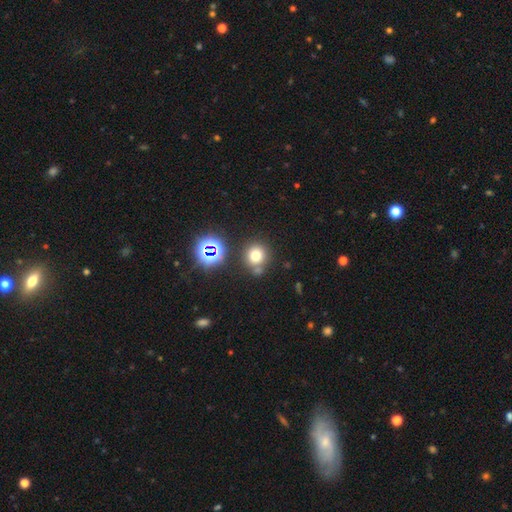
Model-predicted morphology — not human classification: A smooth galaxy with no disk features (70%) that is round (88%). Merging: none (71%).